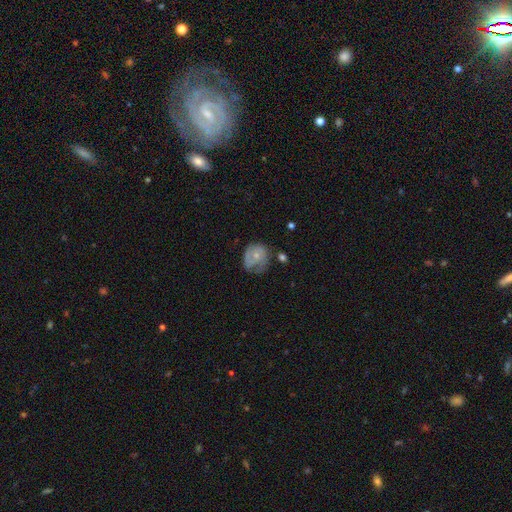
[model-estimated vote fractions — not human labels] This is possibly a featured or disk galaxy (52%). It is clearly not viewed edge-on (97%). Bar: clearly no (81%). Spiral arm pattern: likely yes (65%). Central bulge: possibly small (58%). Merging: marginally none (40%).